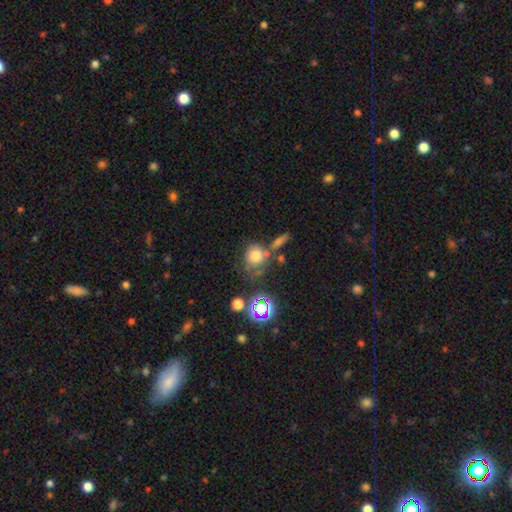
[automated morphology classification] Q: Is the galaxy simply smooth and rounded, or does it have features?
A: smooth — 68%.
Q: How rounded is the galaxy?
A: round — 74%.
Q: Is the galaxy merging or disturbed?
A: none — 46%.